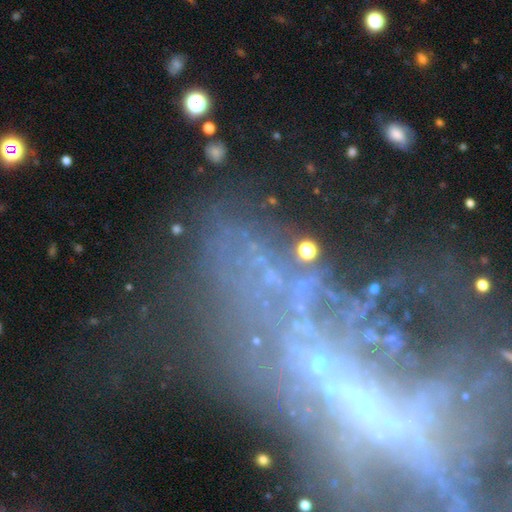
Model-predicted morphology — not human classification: featured or disk 56%, star or artifact 29%, smooth 14%. Down the decision tree: edge-on disk — no (89%); bar — no (68%); spiral arms — no (76%); bulge size — none (65%); merging — major disturbance (39%).